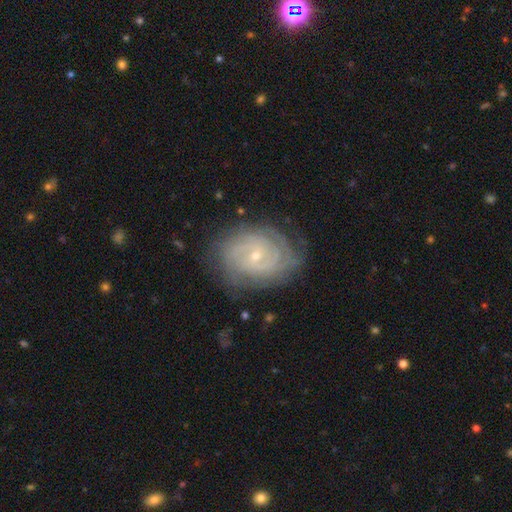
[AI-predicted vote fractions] Morphology: type=featured or disk (83%); edge-on=no (97%); bar=no (61%); spiral arms=yes (95%); winding=tight (73%); arm count=can't tell (33%); bulge=small (76%); merging=none (76%).